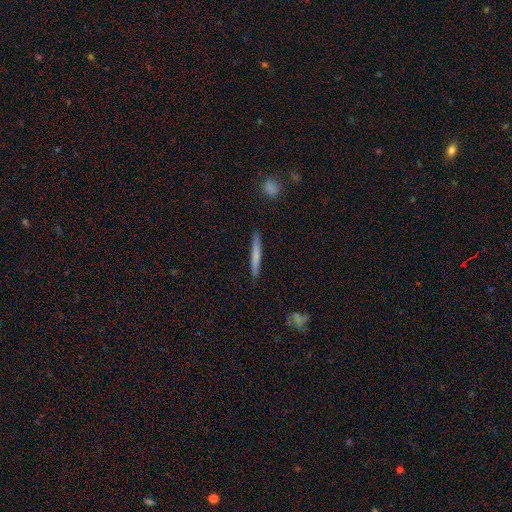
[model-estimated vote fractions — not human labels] Q: Smooth or featured?
A: smooth (67%); runner-up: featured or disk (27%)
Q: How rounded?
A: cigar-shaped (96%); runner-up: in between (3%)
Q: Merging?
A: none (88%); runner-up: minor disturbance (8%)